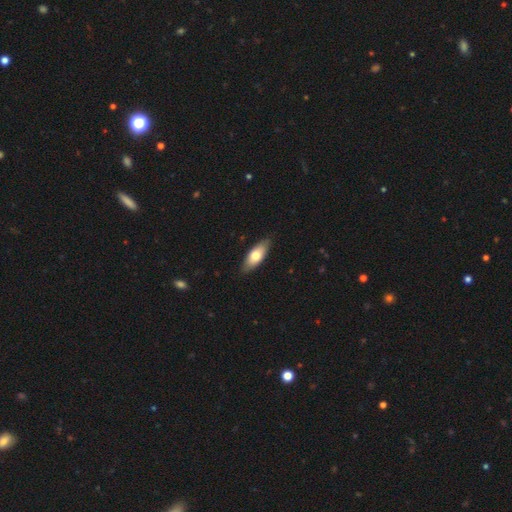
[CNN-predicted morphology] The model was most divided on "smooth or featured": smooth: 70%, featured or disk: 25%, star or artifact: 5%. More confident: merging — none (86%); how rounded — in between (75%).